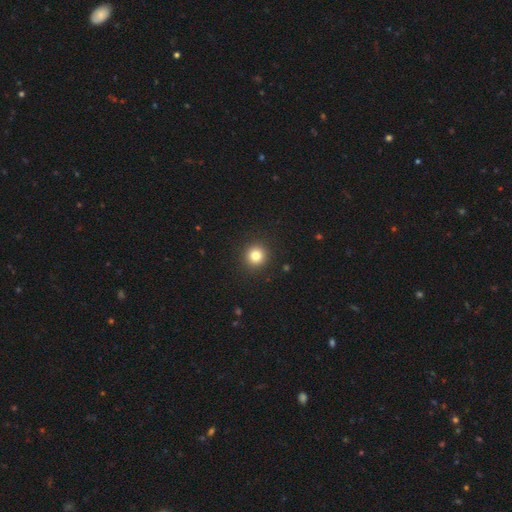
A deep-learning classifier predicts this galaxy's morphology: smooth_or_featured: smooth (p=0.81) [alt: star or artifact p=0.12]
how_rounded: round (p=0.94) [alt: in between p=0.05]
merging: none (p=0.92) [alt: minor disturbance p=0.05]